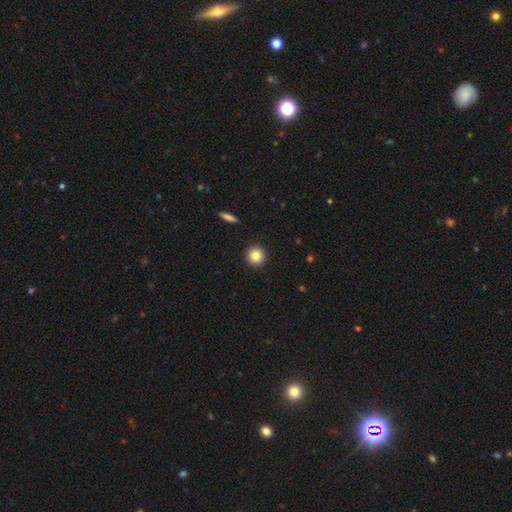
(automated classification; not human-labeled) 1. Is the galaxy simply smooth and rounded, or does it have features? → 83% smooth, 10% star or artifact, 7% featured or disk.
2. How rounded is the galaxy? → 95% round, 4% in between, 1% cigar-shaped.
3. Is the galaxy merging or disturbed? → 93% none, 5% minor disturbance, 2% major disturbance, 1% merger.